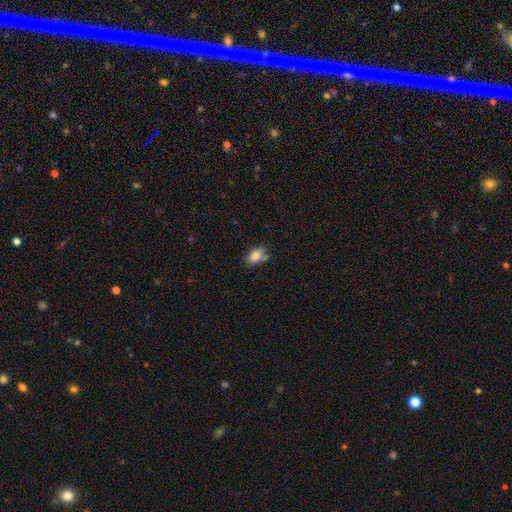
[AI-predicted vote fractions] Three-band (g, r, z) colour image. It shows a smooth galaxy with no disk features (82%) that is in between round and cigar-shaped (85%). Merging: none (67%).